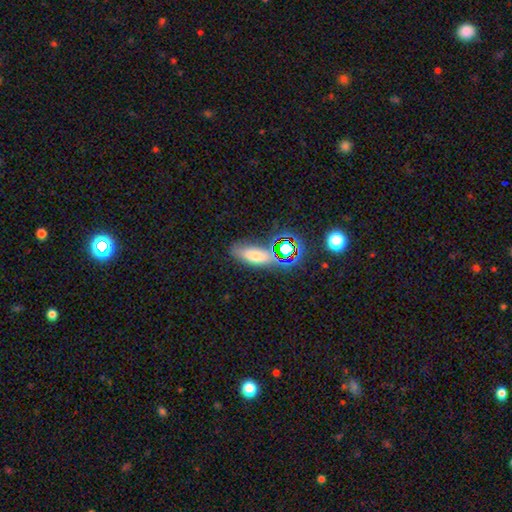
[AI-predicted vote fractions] Q: Smooth or featured?
A: smooth (59%); runner-up: star or artifact (25%)
Q: How rounded?
A: in between (59%); runner-up: cigar-shaped (32%)
Q: Merging?
A: none (68%); runner-up: minor disturbance (16%)